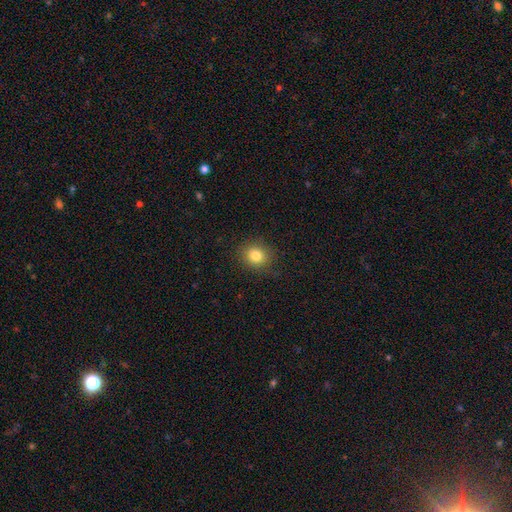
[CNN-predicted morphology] Smooth or featured? Predicted: smooth (p=0.82). How rounded? Predicted: round (p=0.77). Merging? Predicted: none (p=0.88).